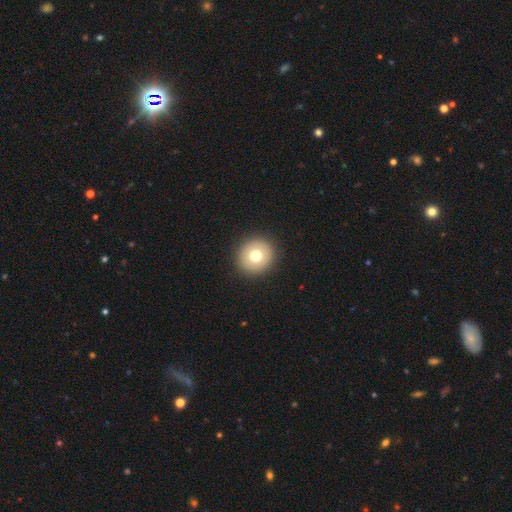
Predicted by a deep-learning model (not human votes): Morphology: type=smooth (73%); roundness=round (92%); merging=none (93%).